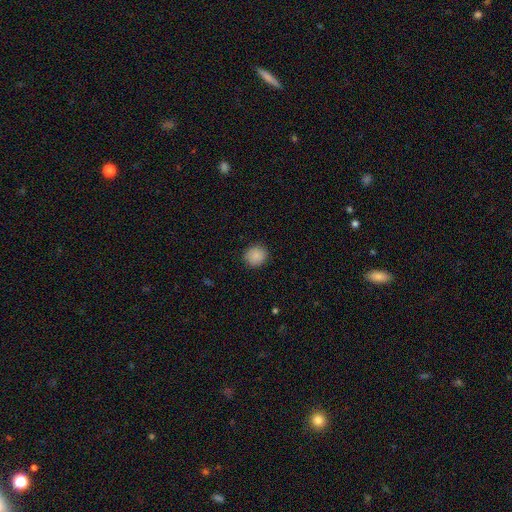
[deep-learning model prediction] Smooth or featured?
  - smooth: 88% *
  - star or artifact: 9%
  - featured or disk: 3%
How rounded?
  - round: 85% *
  - in between: 14%
  - cigar-shaped: 1%
Merging?
  - none: 90% *
  - minor disturbance: 7%
  - major disturbance: 2%
  - merger: 1%